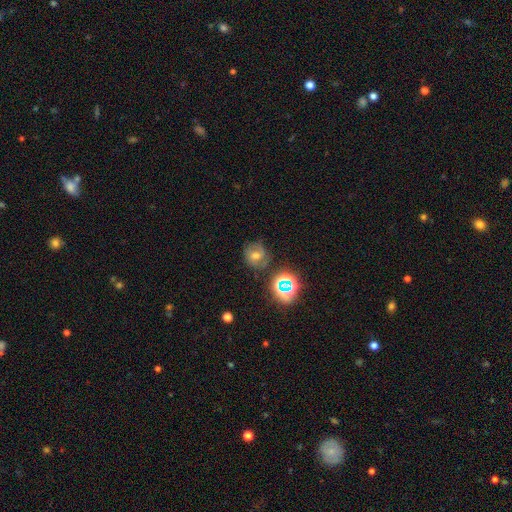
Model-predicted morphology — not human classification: A smooth galaxy with no disk features (40%).

Vote fractions:
- Smooth or featured? smooth: 40% / featured or disk: 35% / star or artifact: 24%
- Merging? none: 74% / minor disturbance: 17% / major disturbance: 6% / merger: 4%